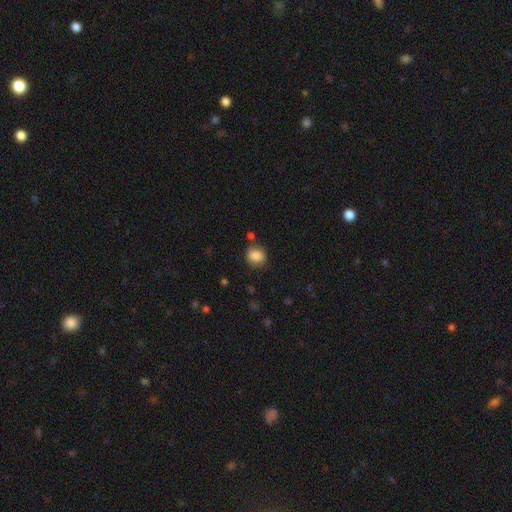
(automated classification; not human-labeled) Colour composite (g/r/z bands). It shows a smooth galaxy with no disk features (86%) that is round (61%). Merging: none (75%).